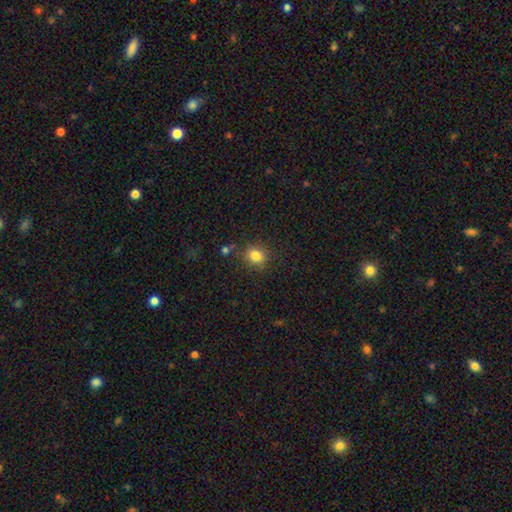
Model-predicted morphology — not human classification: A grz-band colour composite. It shows a smooth galaxy with no disk features (83%) that is round (67%). Merging: none (80%).